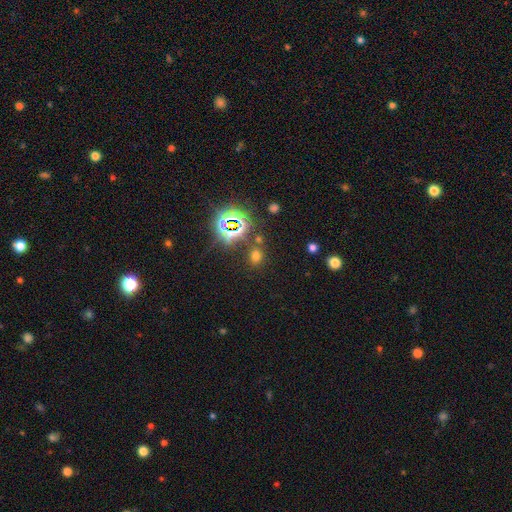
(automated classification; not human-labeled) This appears to be a smooth galaxy with no disk features (56%) that is round (66%). Merging: none (81%).